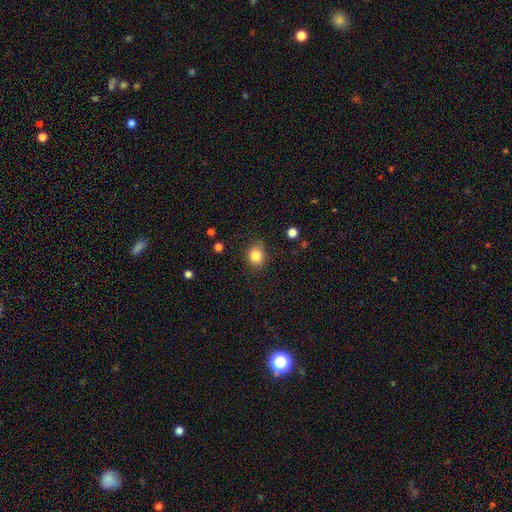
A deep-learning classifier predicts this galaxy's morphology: Smooth or featured?
  - smooth: 84% *
  - star or artifact: 11%
  - featured or disk: 6%
How rounded?
  - round: 76% *
  - in between: 23%
  - cigar-shaped: 1%
Merging?
  - none: 80% *
  - minor disturbance: 15%
  - major disturbance: 3%
  - merger: 2%